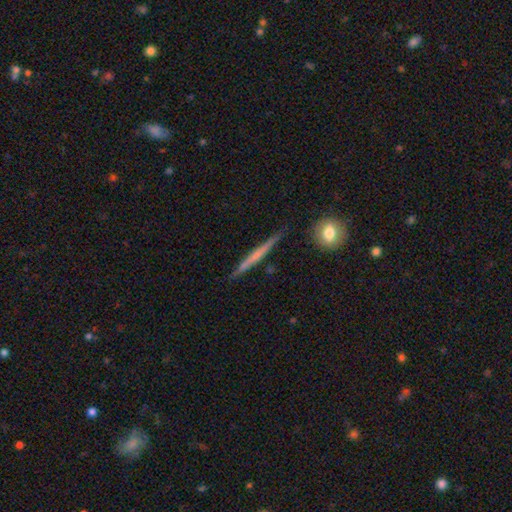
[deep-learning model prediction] Overall: featured or disk (53%; smooth 41%). Edge-on disk: yes (97%). Edge-on bulge: none (79%). Merging: none (87%).